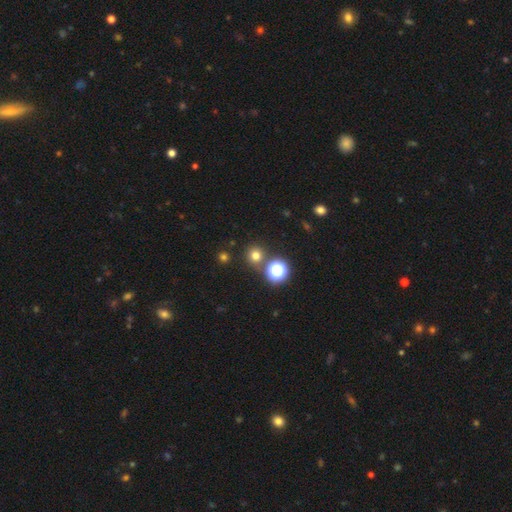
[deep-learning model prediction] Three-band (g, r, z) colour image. It shows a smooth galaxy with no disk features (70%) that is round (93%). Merging: none (83%).